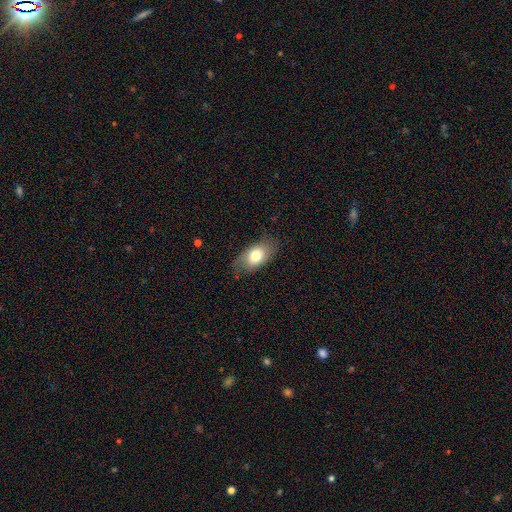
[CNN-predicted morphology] type=smooth (73%); roundness=in between (90%); merging=none (73%).